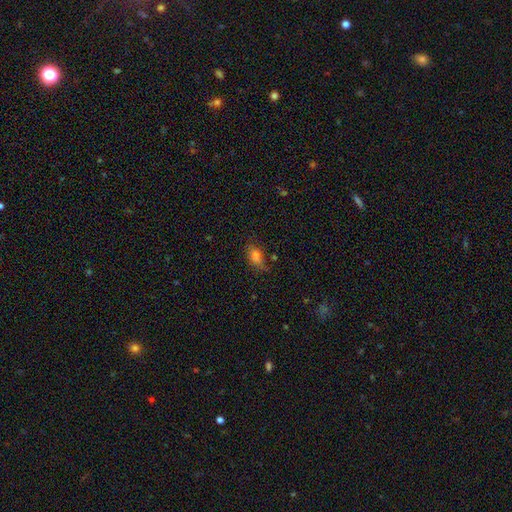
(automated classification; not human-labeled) Q: Smooth or featured?
A: smooth (78%); runner-up: star or artifact (12%)
Q: How rounded?
A: in between (87%); runner-up: round (8%)
Q: Merging?
A: none (63%); runner-up: minor disturbance (25%)